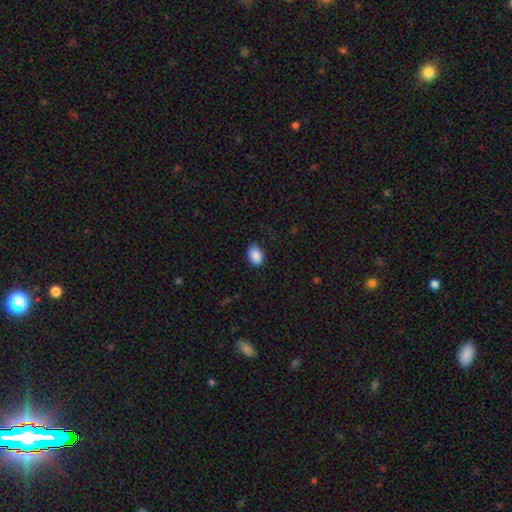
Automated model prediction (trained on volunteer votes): Smooth or featured: smooth — 88% (star or artifact — 8%)
How rounded: in between — 81% (round — 18%)
Merging: none — 80% (minor disturbance — 15%)